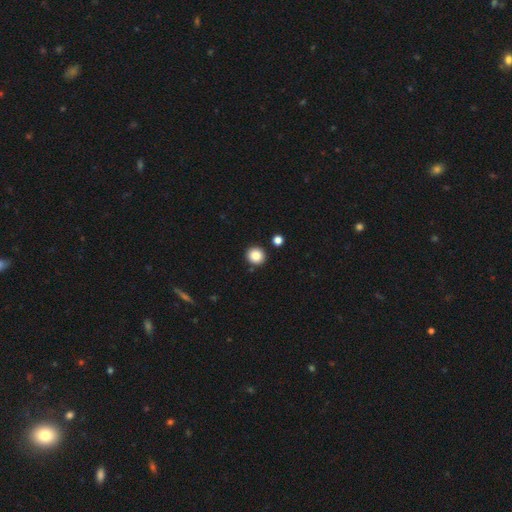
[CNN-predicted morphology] smooth 86%, star or artifact 10%, featured or disk 4%. Down the decision tree: how rounded — round (91%); merging — none (88%).